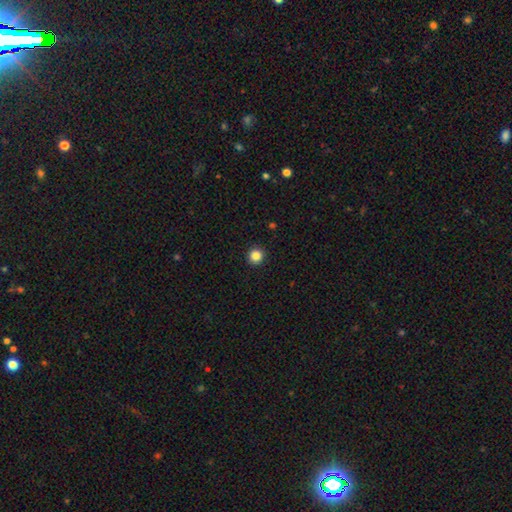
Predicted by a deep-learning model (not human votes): A smooth galaxy with no disk features (85%) that is round (95%).

Vote fractions:
- Smooth or featured? smooth: 85% / star or artifact: 11% / featured or disk: 4%
- How rounded? round: 95% / in between: 4% / cigar-shaped: 1%
- Merging? none: 93% / minor disturbance: 4% / major disturbance: 2% / merger: 1%